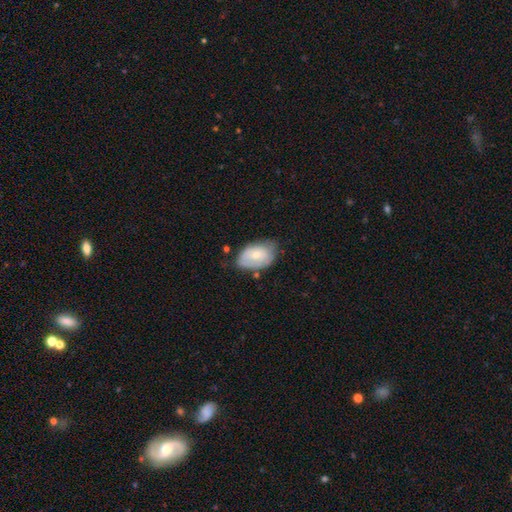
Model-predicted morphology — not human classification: smooth 57%, featured or disk 37%, star or artifact 6%. Down the decision tree: how rounded — in between (88%); merging — none (52%).